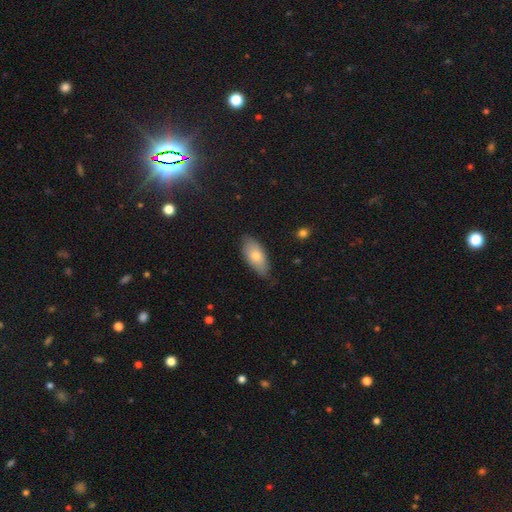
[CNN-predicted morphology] Q: Smooth or featured?
A: smooth (73%); runner-up: featured or disk (20%)
Q: How rounded?
A: in between (87%); runner-up: cigar-shaped (11%)
Q: Merging?
A: none (75%); runner-up: minor disturbance (21%)